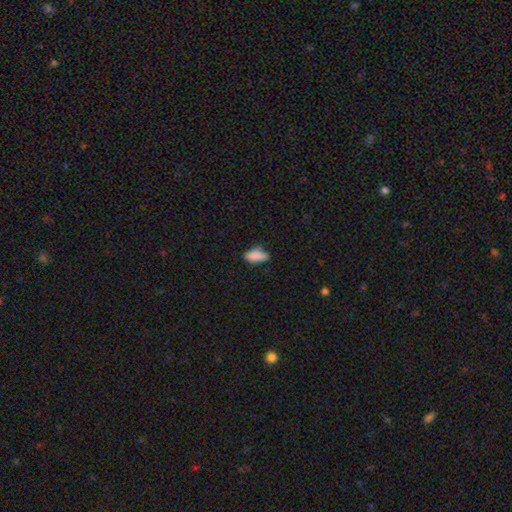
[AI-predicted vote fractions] Smooth or featured? smooth (84%)
How rounded? in between (79%)
Merging? none (59%)